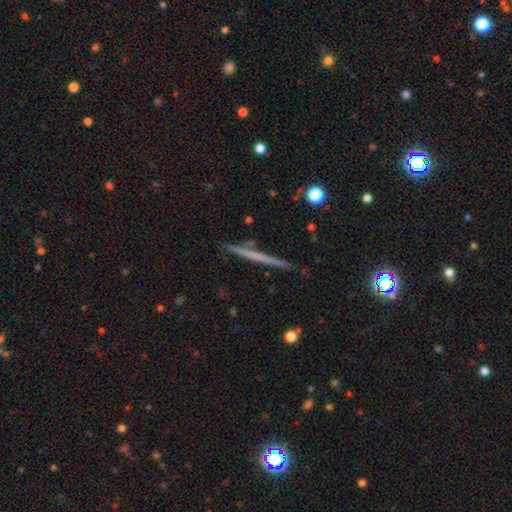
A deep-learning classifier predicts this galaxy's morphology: featured or disk 55%, smooth 38%, star or artifact 7%. Down the decision tree: edge-on disk — yes (98%); edge-on bulge — none (90%); merging — none (90%).